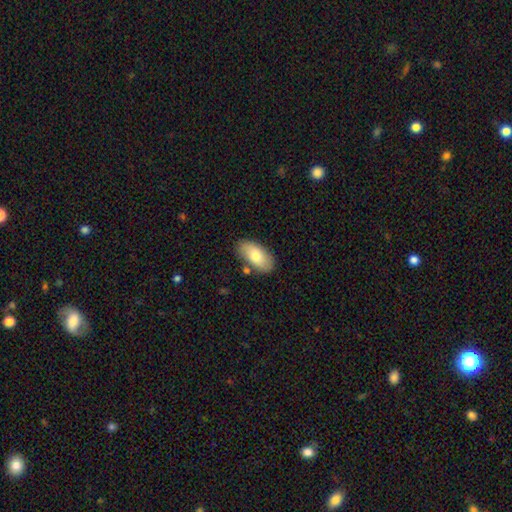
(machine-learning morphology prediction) Smooth or featured?
  - smooth: 74% *
  - featured or disk: 19%
  - star or artifact: 6%
How rounded?
  - in between: 93% *
  - round: 3%
  - cigar-shaped: 3%
Merging?
  - none: 78% *
  - minor disturbance: 14%
  - merger: 5%
  - major disturbance: 3%